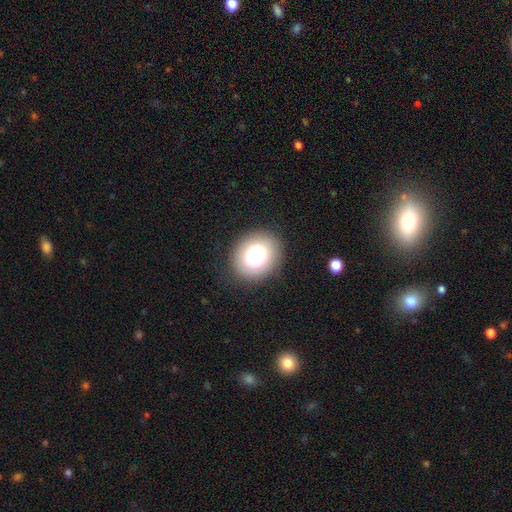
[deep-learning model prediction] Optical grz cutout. It shows a smooth galaxy with no disk features (77%) that is round (77%). Merging: none (87%).